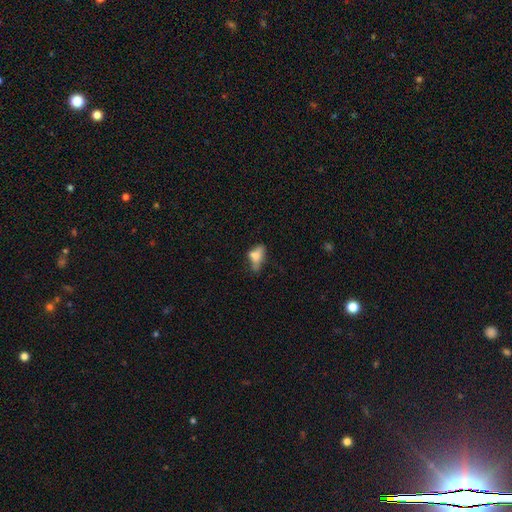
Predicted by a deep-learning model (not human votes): smooth-or-featured: smooth: 63% | featured or disk: 25% | star or artifact: 11%
  how-rounded: in between: 81% | cigar-shaped: 11% | round: 8%
  merging: none: 33% | minor disturbance: 29% | major disturbance: 23% | merger: 15%